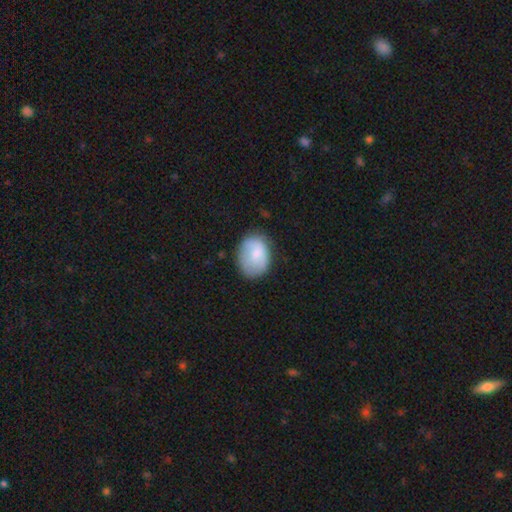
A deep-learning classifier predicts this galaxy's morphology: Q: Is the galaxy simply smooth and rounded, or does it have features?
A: smooth — 72%.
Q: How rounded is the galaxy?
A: in between — 66%.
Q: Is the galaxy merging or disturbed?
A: none — 64%.